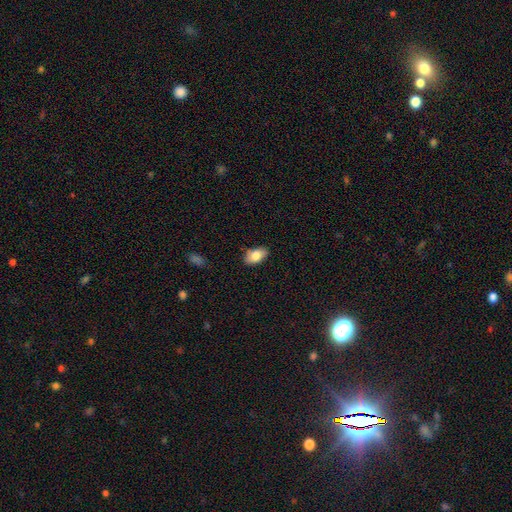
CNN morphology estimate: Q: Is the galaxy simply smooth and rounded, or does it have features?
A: smooth — 81%.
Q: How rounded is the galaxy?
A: in between — 93%.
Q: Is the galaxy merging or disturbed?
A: none — 82%.